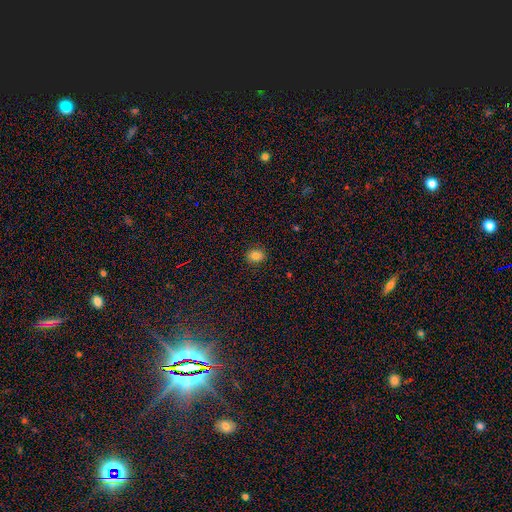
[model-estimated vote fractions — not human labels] Q: Smooth or featured?
A: smooth (82%); runner-up: star or artifact (12%)
Q: How rounded?
A: round (56%); runner-up: in between (43%)
Q: Merging?
A: none (88%); runner-up: minor disturbance (9%)